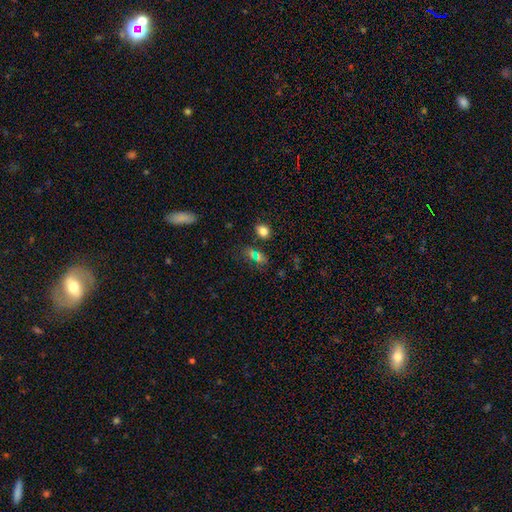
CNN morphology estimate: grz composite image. It shows a smooth galaxy with no disk features (60%) that is in between round and cigar-shaped (53%). Merging: none (55%).